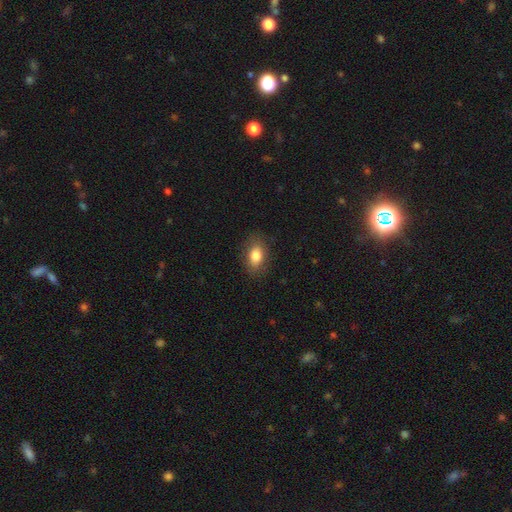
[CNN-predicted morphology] Q: Smooth or featured?
A: smooth (82%); runner-up: featured or disk (10%)
Q: How rounded?
A: in between (84%); runner-up: round (13%)
Q: Merging?
A: none (83%); runner-up: minor disturbance (12%)